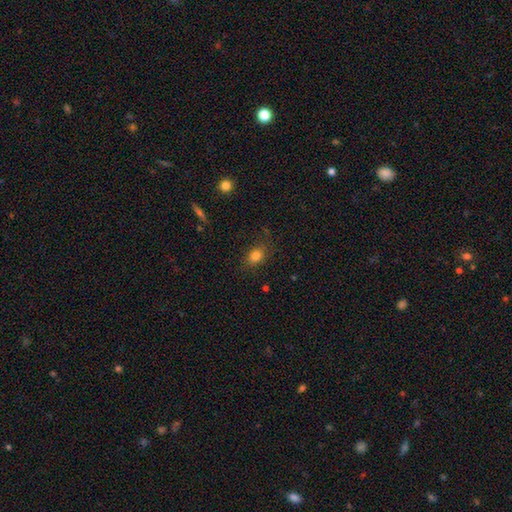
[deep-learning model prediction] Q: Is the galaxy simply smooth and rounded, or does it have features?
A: smooth — 81%.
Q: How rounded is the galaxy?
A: in between — 60%.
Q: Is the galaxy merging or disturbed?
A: none — 80%.